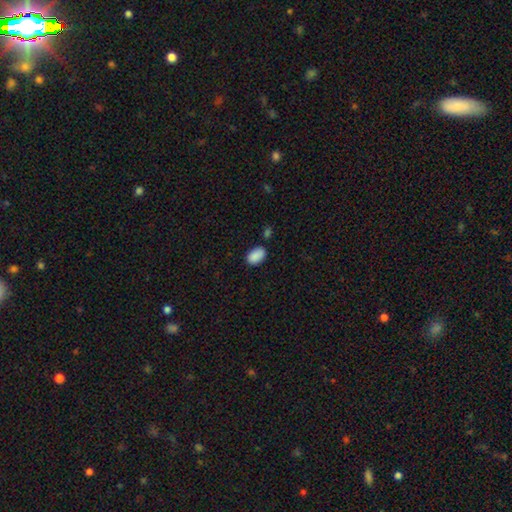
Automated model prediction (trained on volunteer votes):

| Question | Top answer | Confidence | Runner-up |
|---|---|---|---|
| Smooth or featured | smooth | 89% | star or artifact (8%) |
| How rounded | in between | 92% | round (7%) |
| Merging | none | 77% | minor disturbance (15%) |